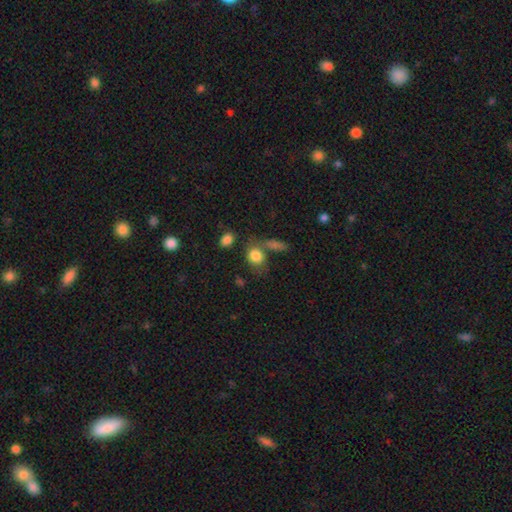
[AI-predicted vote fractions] Q: Smooth or featured?
A: smooth (83%); runner-up: star or artifact (9%)
Q: How rounded?
A: in between (52%); runner-up: round (46%)
Q: Merging?
A: none (50%); runner-up: merger (23%)